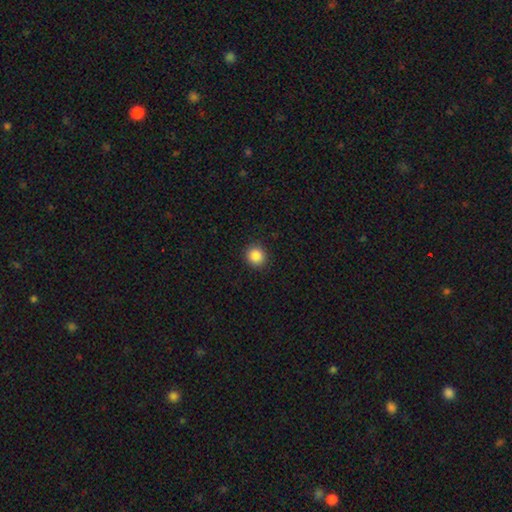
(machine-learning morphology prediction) Smooth or featured?
  - smooth: 86% *
  - star or artifact: 10%
  - featured or disk: 4%
How rounded?
  - round: 89% *
  - in between: 10%
  - cigar-shaped: 1%
Merging?
  - none: 92% *
  - minor disturbance: 5%
  - major disturbance: 2%
  - merger: 1%